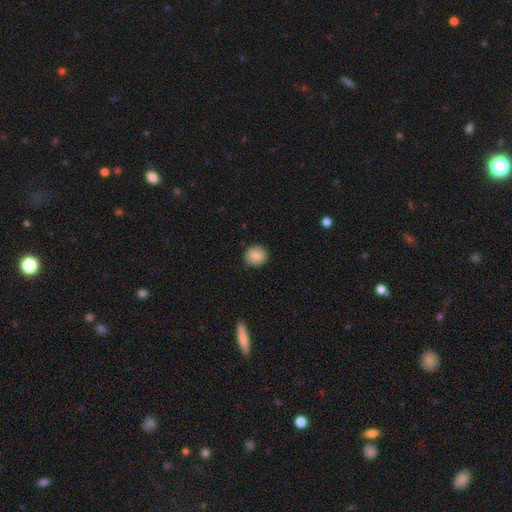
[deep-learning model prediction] This appears to be a smooth galaxy with no disk features (85%) that is round (90%). Merging: none (90%).